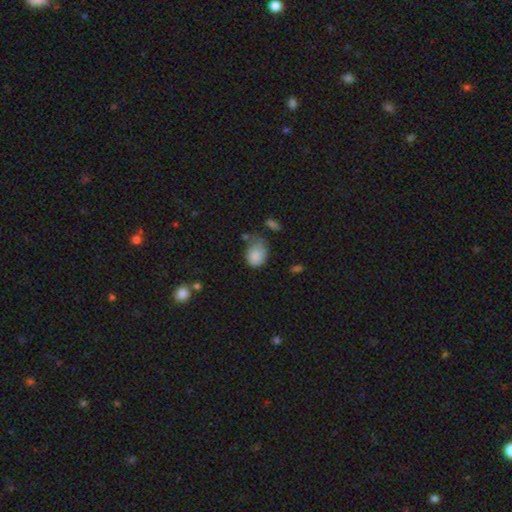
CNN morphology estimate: Overall: smooth (83%). How rounded: in between (61%; round 38%). Merging: none (40%; minor disturbance 37%).